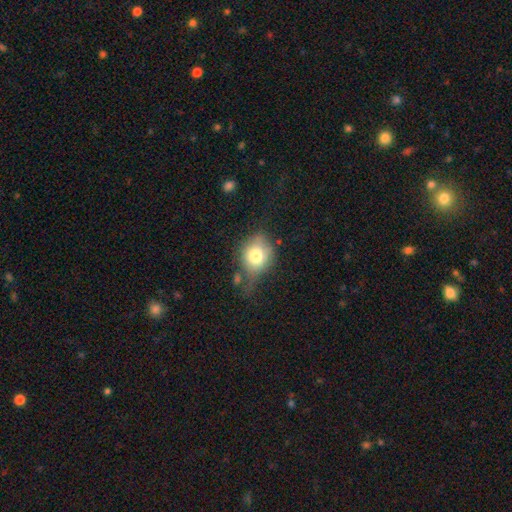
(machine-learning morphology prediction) This appears to be a smooth galaxy with no disk features (72%) that is round (60%). Merging: none (43%).